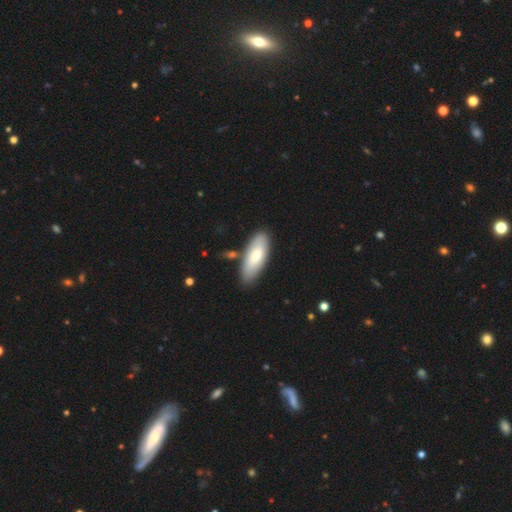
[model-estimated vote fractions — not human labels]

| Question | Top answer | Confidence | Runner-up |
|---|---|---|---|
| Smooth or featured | smooth | 73% | featured or disk (22%) |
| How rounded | in between | 74% | cigar-shaped (24%) |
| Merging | none | 80% | minor disturbance (12%) |